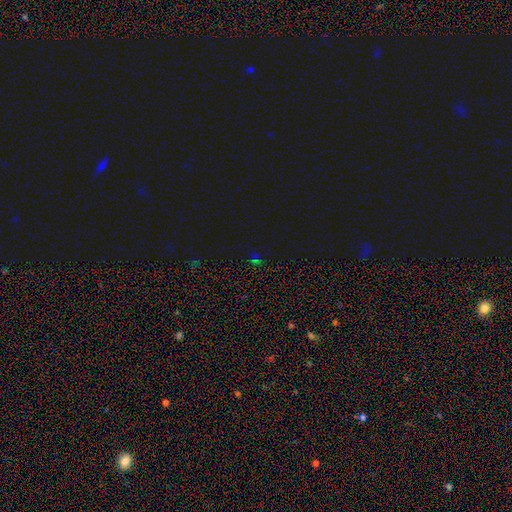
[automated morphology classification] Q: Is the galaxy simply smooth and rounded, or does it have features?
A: star or artifact — 70%.